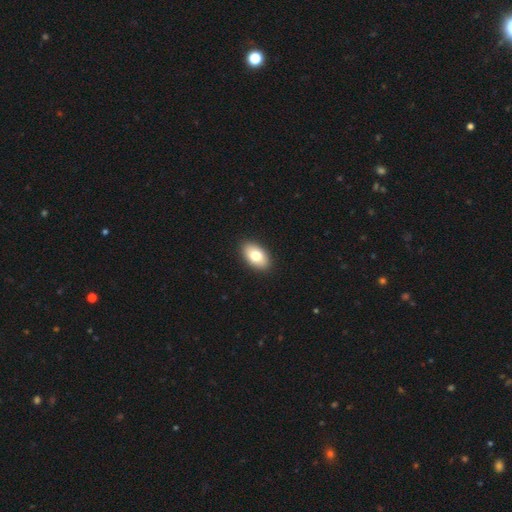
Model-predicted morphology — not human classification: The model was most divided on "smooth or featured": smooth: 79%, featured or disk: 14%, star or artifact: 7%. More confident: how rounded — in between (93%); merging — none (91%).